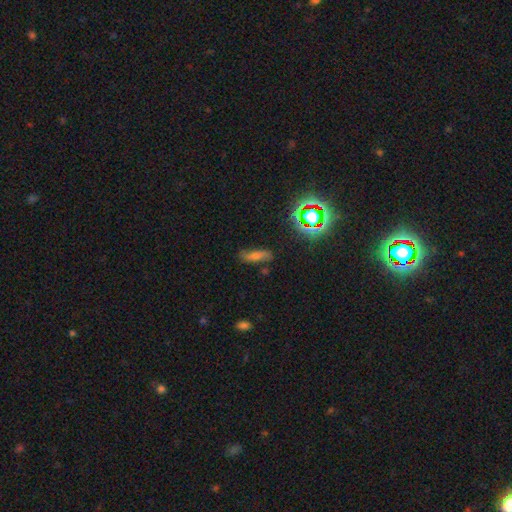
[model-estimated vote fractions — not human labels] Smooth or featured: smooth — 49% (featured or disk — 28%)
Merging: none — 69% (minor disturbance — 21%)